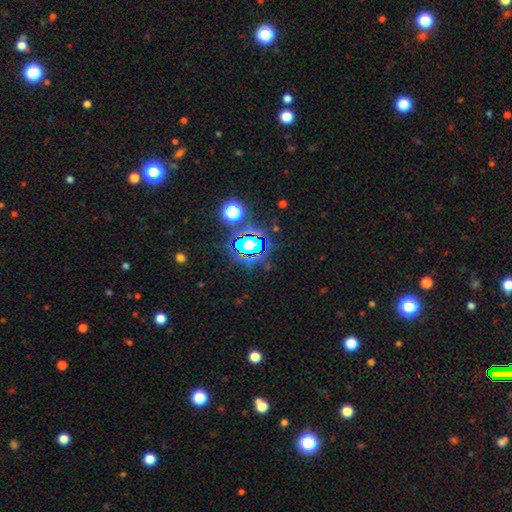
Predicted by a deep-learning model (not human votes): Smooth or featured?
  - star or artifact: 71% *
  - smooth: 19%
  - featured or disk: 10%